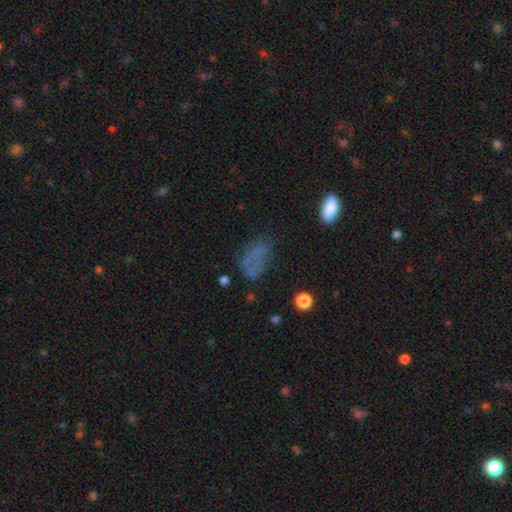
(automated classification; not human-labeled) Morphology: type=smooth (59%); roundness=in between (85%); merging=none (46%).